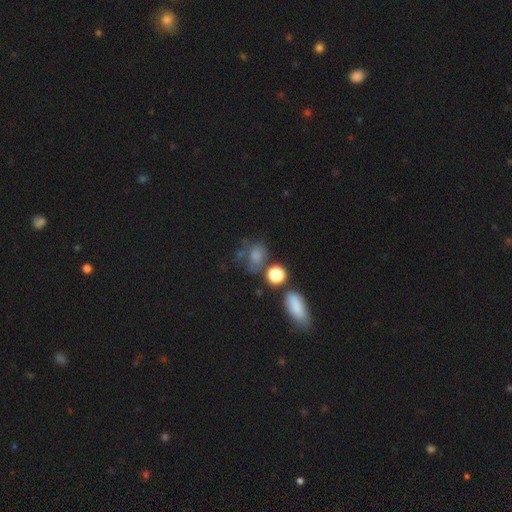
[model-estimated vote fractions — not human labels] This appears to be a smooth galaxy with no disk features (71%) that is in between round and cigar-shaped (52%). Merging: none (49%).